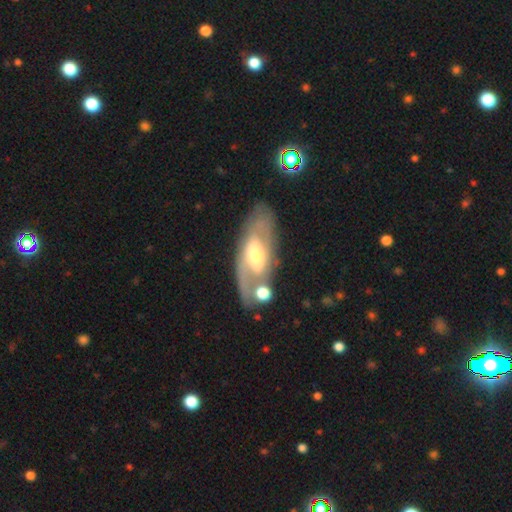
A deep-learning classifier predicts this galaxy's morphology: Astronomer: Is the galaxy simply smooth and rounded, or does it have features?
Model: featured or disk — 71%.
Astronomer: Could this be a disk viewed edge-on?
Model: no — 86%.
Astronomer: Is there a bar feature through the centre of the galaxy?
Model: weak — 39% (runner-up: strong, 32%).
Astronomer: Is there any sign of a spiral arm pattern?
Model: yes — 72%.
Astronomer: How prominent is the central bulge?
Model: moderate — 54% (runner-up: small, 30%).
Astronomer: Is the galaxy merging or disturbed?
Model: none — 66%.